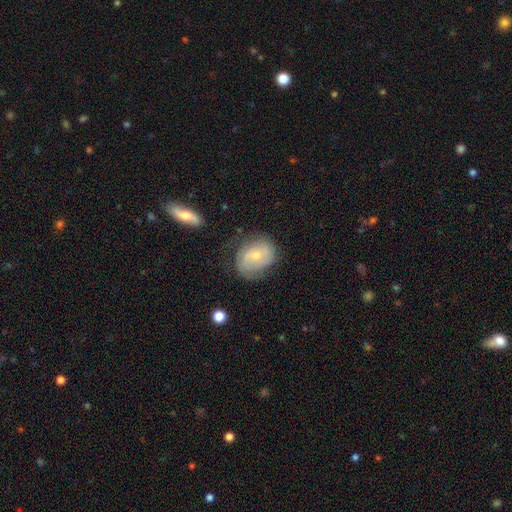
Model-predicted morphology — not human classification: The model was most divided on "bulge size": small: 55%, moderate: 41%, none: 2%, large: 2%, dominant: 1%. More confident: edge-on disk — no (96%); spiral arms — yes (81%); bar — no (67%); merging — none (63%); smooth or featured — featured or disk (59%).